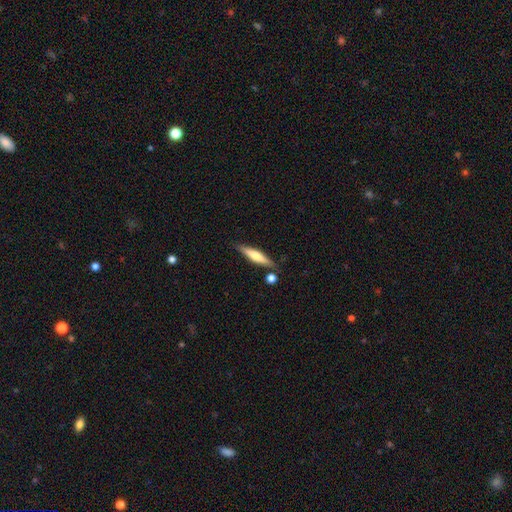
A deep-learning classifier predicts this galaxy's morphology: This is possibly a smooth galaxy (52%). How rounded: clearly cigar-shaped (84%). Merging: clearly none (80%).